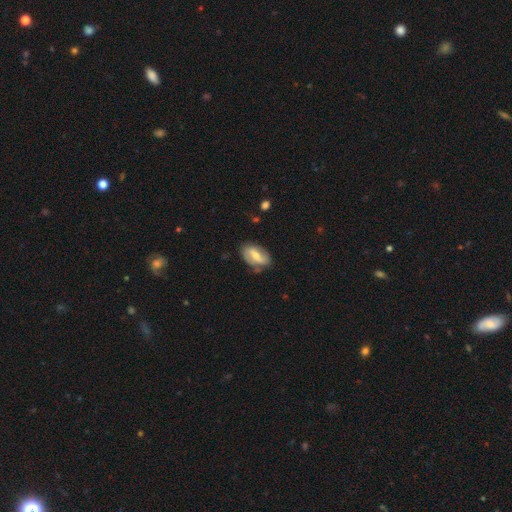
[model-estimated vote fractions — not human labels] This is possibly a featured or disk galaxy (50%). Merging: likely none (71%).